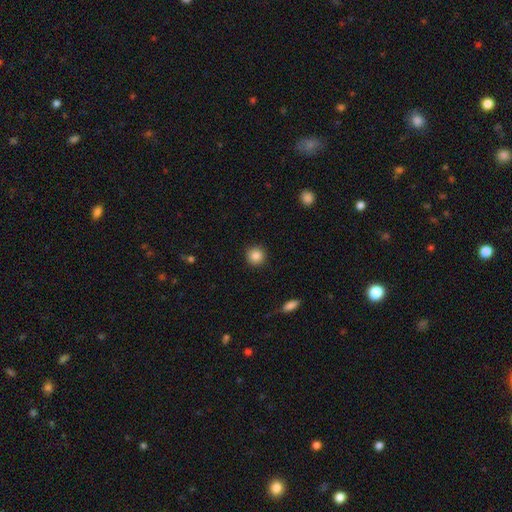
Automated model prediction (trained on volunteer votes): smooth 86%, star or artifact 9%, featured or disk 4%. Down the decision tree: how rounded — round (94%); merging — none (92%).